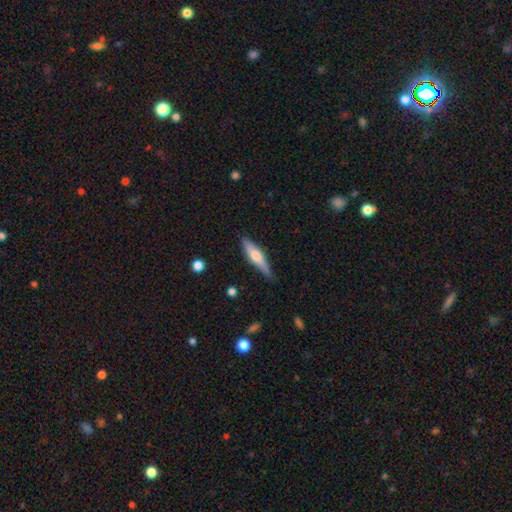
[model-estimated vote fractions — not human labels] smooth-or-featured: smooth: 51% | featured or disk: 43% | star or artifact: 6%
  how-rounded: cigar-shaped: 76% | in between: 22% | round: 2%
  merging: none: 83% | minor disturbance: 13% | major disturbance: 2% | merger: 1%